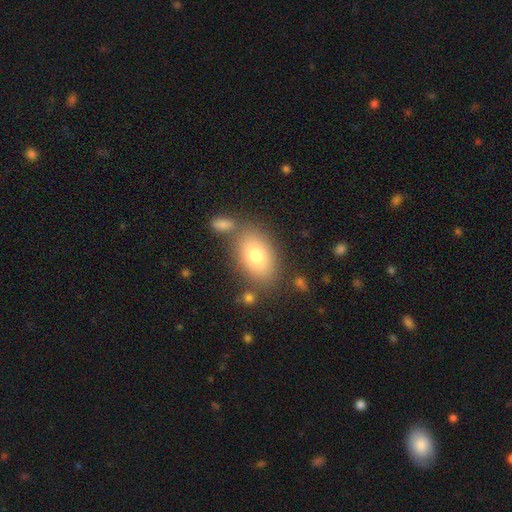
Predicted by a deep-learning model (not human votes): The model was most divided on "merging": none: 70%, merger: 13%, minor disturbance: 13%, major disturbance: 4%. More confident: how rounded — in between (88%); smooth or featured — smooth (78%).